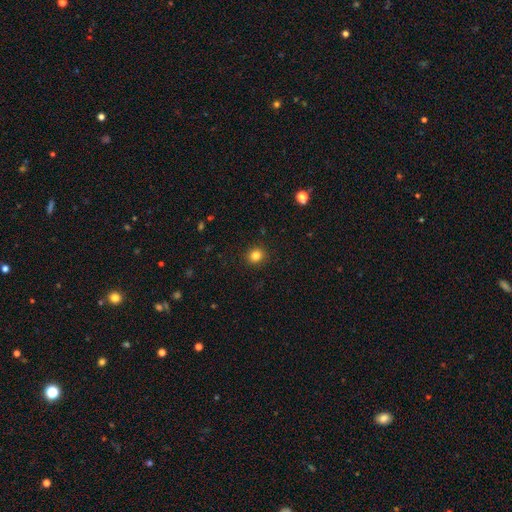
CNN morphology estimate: Smooth or featured? smooth (83%)
How rounded? round (87%)
Merging? none (91%)